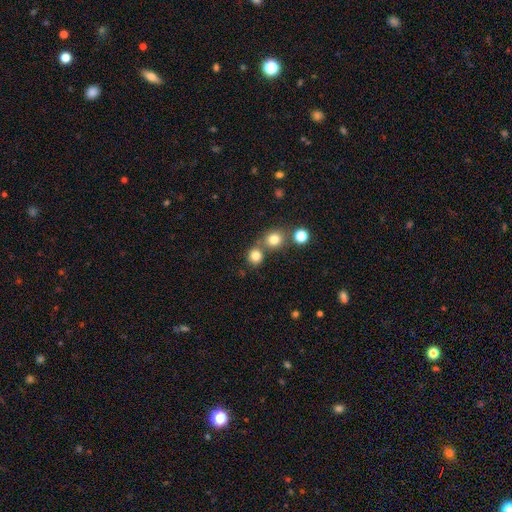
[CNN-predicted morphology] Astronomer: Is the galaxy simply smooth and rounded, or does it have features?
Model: smooth — 79%.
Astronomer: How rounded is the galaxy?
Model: round — 87%.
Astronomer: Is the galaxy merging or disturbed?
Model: none — 60%.